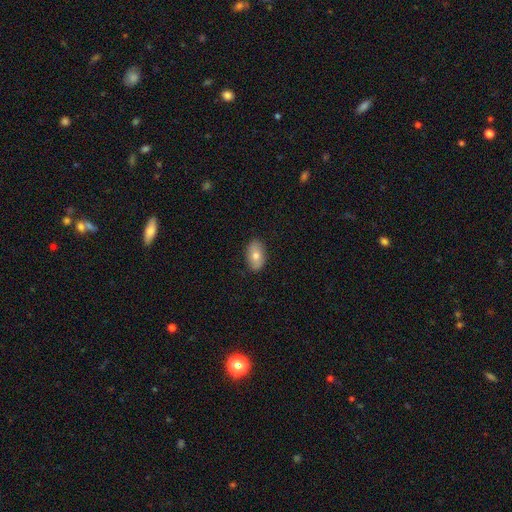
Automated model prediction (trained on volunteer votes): A smooth galaxy with no disk features (73%) that is in between round and cigar-shaped (91%).

Vote fractions:
- Smooth or featured? smooth: 73% / featured or disk: 20% / star or artifact: 7%
- How rounded? in between: 91% / round: 7% / cigar-shaped: 2%
- Merging? none: 87% / minor disturbance: 10% / major disturbance: 2% / merger: 1%